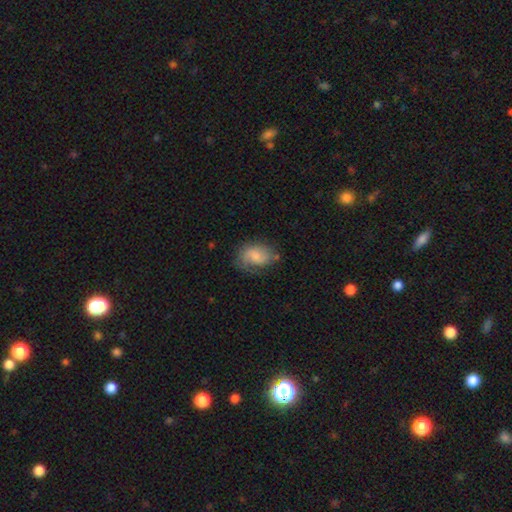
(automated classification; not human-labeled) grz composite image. It shows a smooth galaxy with no disk features (57%) that is in between round and cigar-shaped (78%). Merging: none (56%).